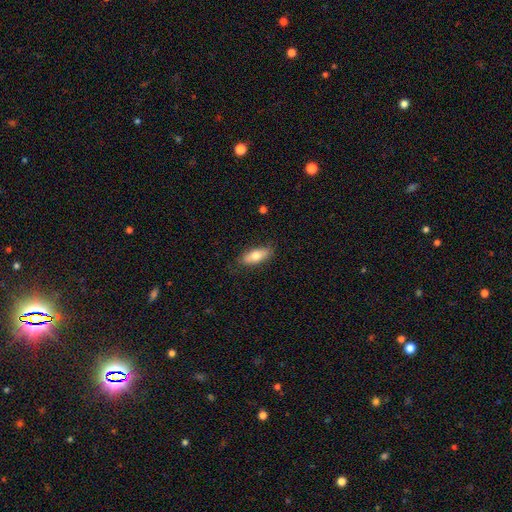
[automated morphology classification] This is likely a smooth galaxy (71%). How rounded: likely in between (75%). Merging: clearly none (81%).